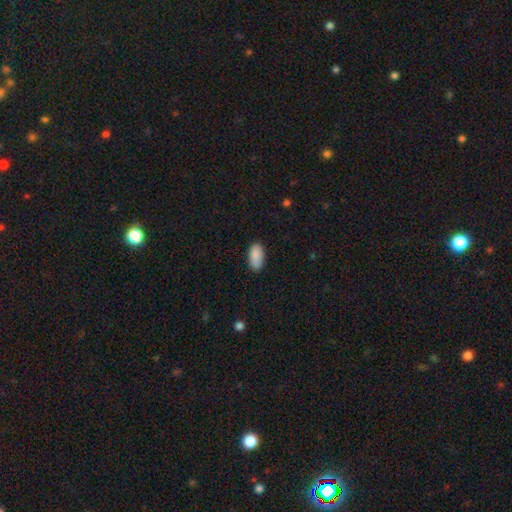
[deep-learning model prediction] This is clearly a smooth galaxy (90%). How rounded: clearly in between (93%). Merging: clearly none (86%).